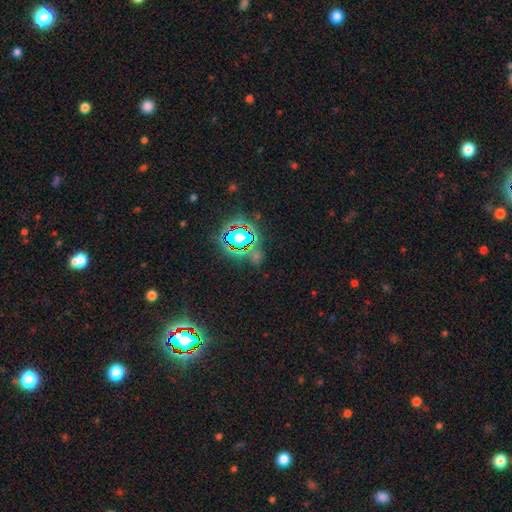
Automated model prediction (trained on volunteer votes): Smooth or featured?
  - star or artifact: 73% *
  - smooth: 18%
  - featured or disk: 9%